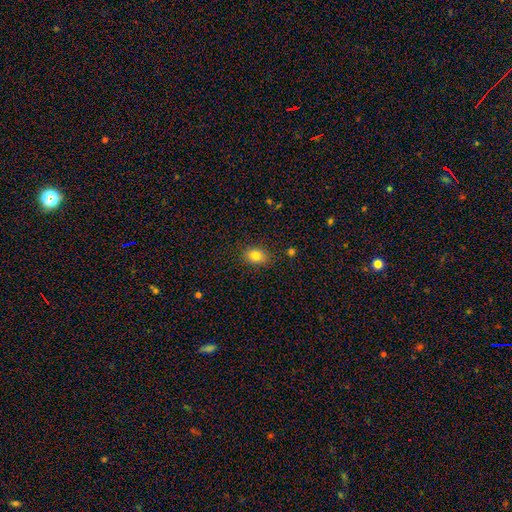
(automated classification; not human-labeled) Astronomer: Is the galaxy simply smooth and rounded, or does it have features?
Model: smooth — 82%.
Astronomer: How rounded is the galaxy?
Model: in between — 70%.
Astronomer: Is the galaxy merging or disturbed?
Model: none — 85%.